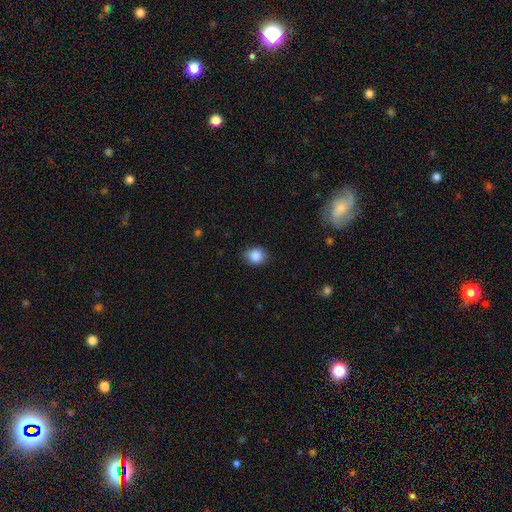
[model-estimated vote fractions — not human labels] The model was most divided on "how rounded": round: 55%, in between: 44%, cigar-shaped: 1%. More confident: smooth or featured — smooth (86%); merging — none (80%).